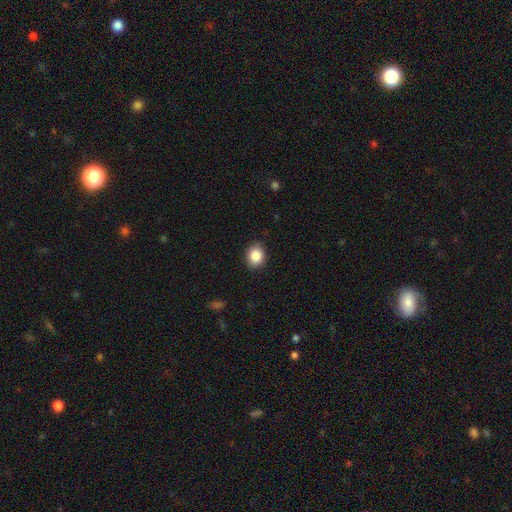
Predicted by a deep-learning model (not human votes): Smooth or featured? Predicted: smooth (p=0.87). How rounded? Predicted: round (p=0.54). Merging? Predicted: none (p=0.87).